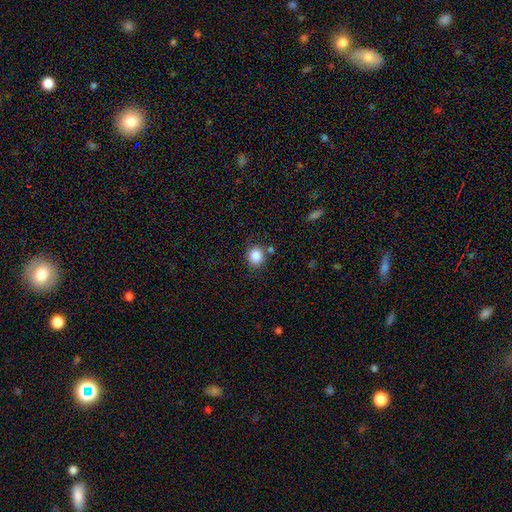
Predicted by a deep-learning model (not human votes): Overall: smooth (86%). How rounded: round (79%). Merging: none (77%).